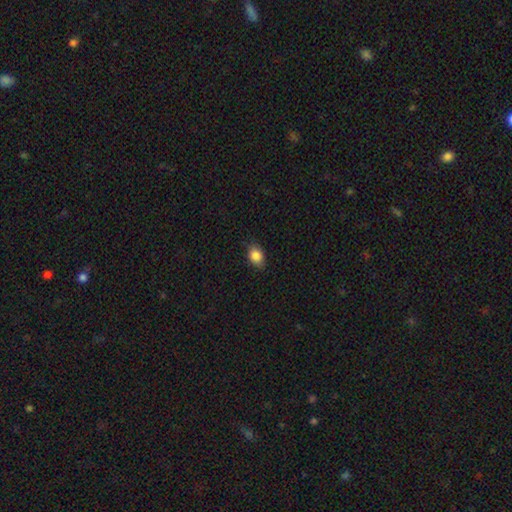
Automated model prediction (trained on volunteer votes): Overall: smooth (86%). How rounded: in between (68%; round 30%). Merging: none (81%).